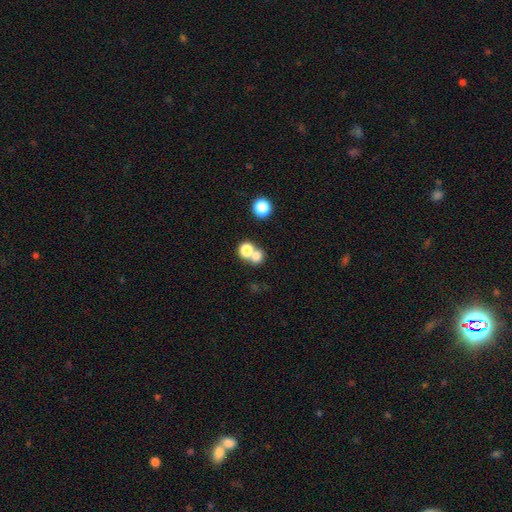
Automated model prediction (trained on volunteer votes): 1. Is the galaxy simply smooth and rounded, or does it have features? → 74% smooth, 15% star or artifact, 11% featured or disk.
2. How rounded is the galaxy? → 76% round, 23% in between, 1% cigar-shaped.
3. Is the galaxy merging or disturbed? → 49% merger, 42% none, 6% minor disturbance, 3% major disturbance.